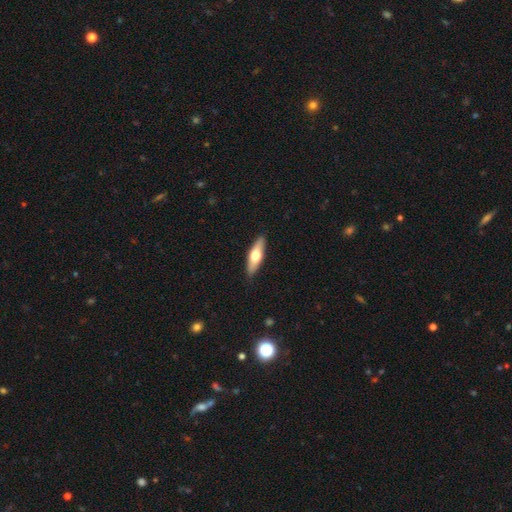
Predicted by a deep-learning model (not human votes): Morphology: type=smooth (54%); roundness=cigar-shaped (50%); merging=none (88%).